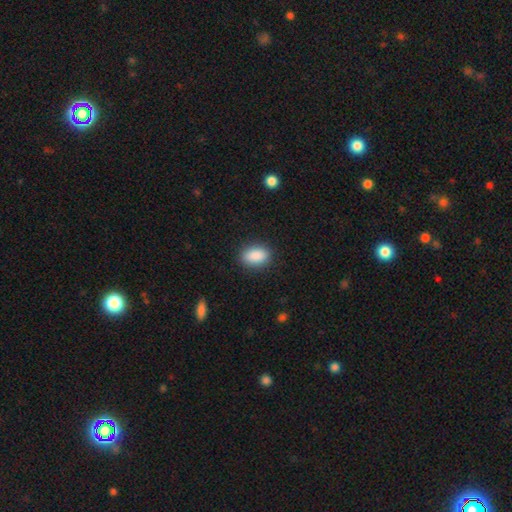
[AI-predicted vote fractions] smooth_or_featured: smooth (p=0.90) [alt: star or artifact p=0.07]
how_rounded: in between (p=0.87) [alt: round p=0.10]
merging: none (p=0.87) [alt: minor disturbance p=0.09]